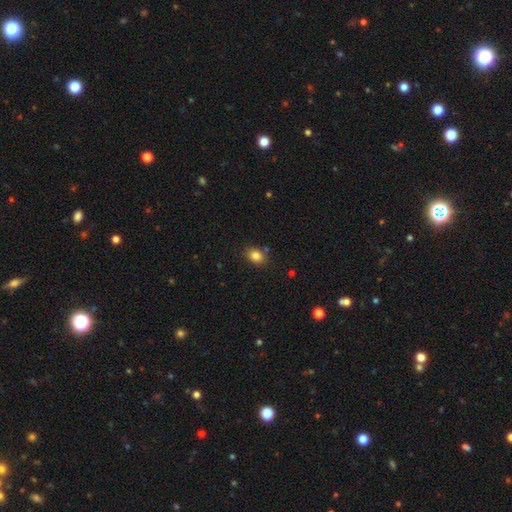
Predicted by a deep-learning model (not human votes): This appears to be a smooth galaxy with no disk features (84%) that is in between round and cigar-shaped (60%). Merging: none (78%).